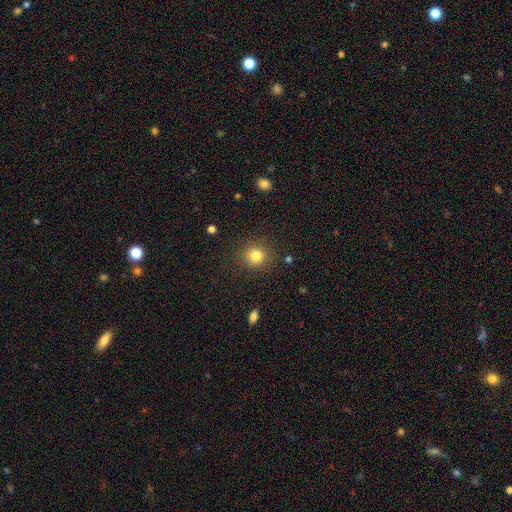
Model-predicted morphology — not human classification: smooth_or_featured: smooth (p=0.81) [alt: star or artifact p=0.12]
how_rounded: round (p=0.89) [alt: in between p=0.10]
merging: none (p=0.87) [alt: minor disturbance p=0.08]